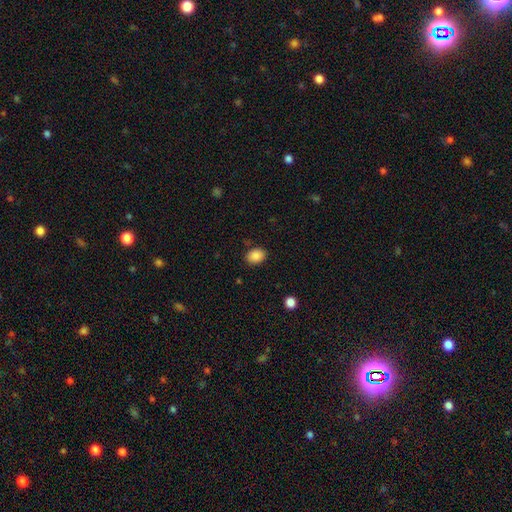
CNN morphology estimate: This appears to be a smooth galaxy with no disk features (88%) that is in between round and cigar-shaped (65%). Merging: none (86%).